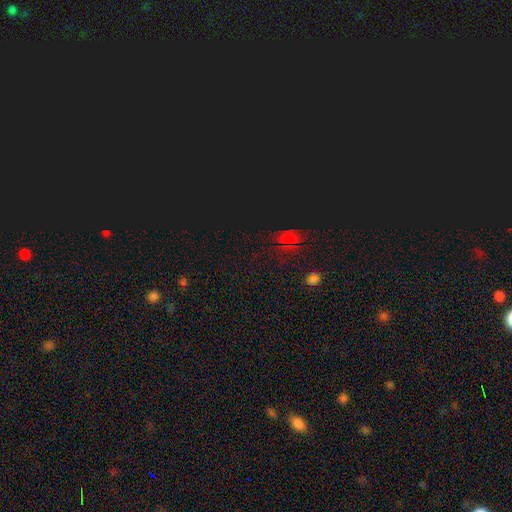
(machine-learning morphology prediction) Overall: star or artifact (74%).